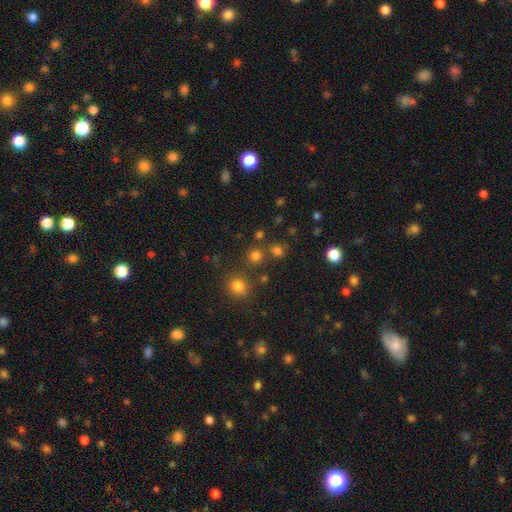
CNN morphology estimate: This appears to be a smooth galaxy with no disk features (74%) that is round (90%). Merging: none (75%).